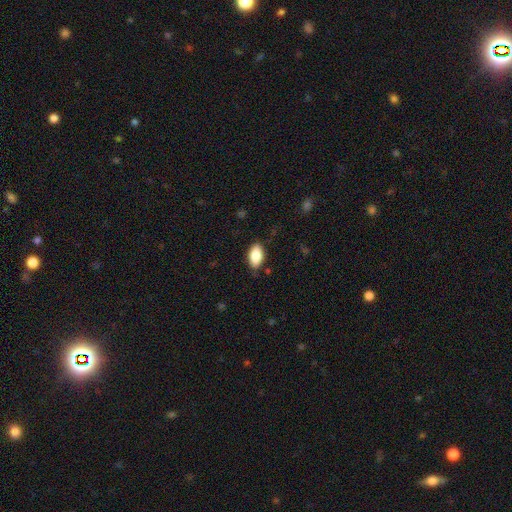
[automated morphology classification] type=smooth (86%); roundness=in between (93%); merging=none (84%).